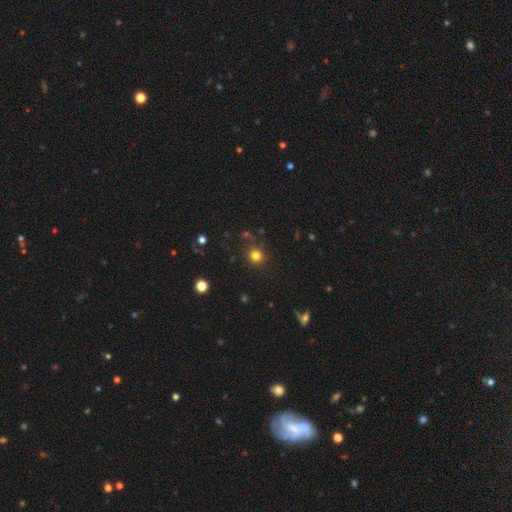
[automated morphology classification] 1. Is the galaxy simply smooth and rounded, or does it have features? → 79% smooth, 15% star or artifact, 5% featured or disk.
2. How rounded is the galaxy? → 90% round, 9% in between, 1% cigar-shaped.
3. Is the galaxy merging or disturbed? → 84% none, 9% minor disturbance, 4% major disturbance, 3% merger.